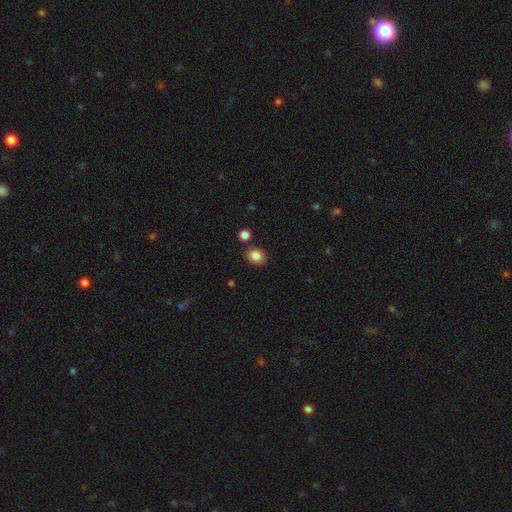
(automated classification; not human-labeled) Morphology: type=smooth (86%); roundness=round (72%); merging=none (86%).